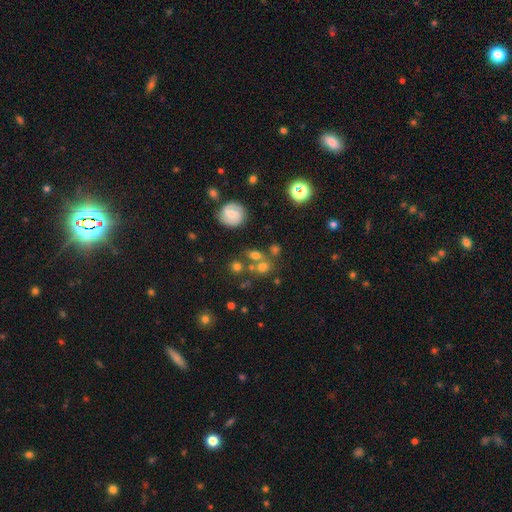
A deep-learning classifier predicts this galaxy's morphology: A smooth galaxy with no disk features (60%) that is round (65%). Merging: none (55%).